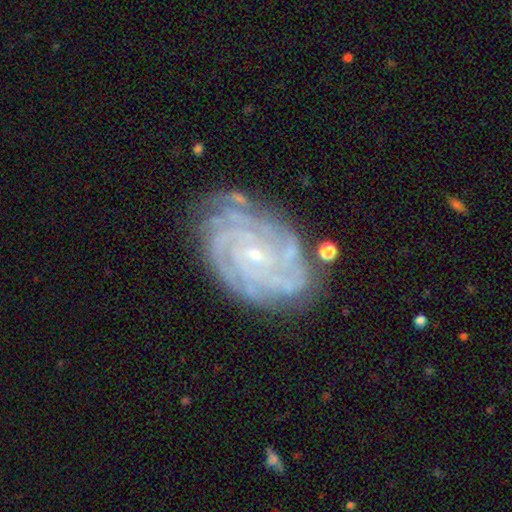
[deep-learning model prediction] The model was most divided on "spiral arm count": 4: 31%, more than 4: 20%, can't tell: 19%, 3: 14%, 2: 9%, 1: 7%. More confident: spiral arms — yes (98%); edge-on disk — no (97%); smooth or featured — featured or disk (89%); bulge size — small (85%); spiral winding — tight (83%); merging — none (77%); bar — no (69%).